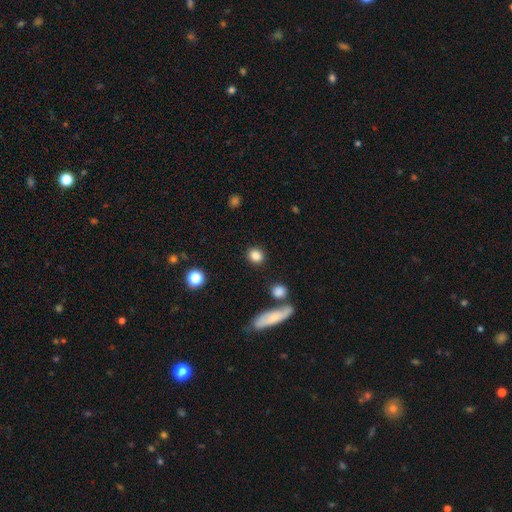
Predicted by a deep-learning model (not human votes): smooth 85%, star or artifact 9%, featured or disk 5%. Down the decision tree: how rounded — round (69%); merging — none (85%).